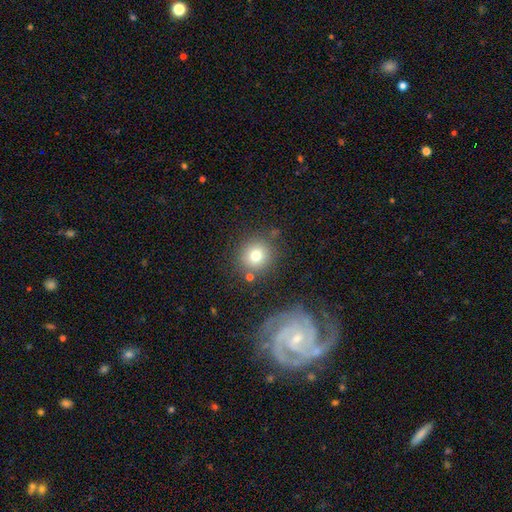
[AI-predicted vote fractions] A smooth galaxy with no disk features (77%) that is round (91%).

Vote fractions:
- Smooth or featured? smooth: 77% / star or artifact: 12% / featured or disk: 11%
- How rounded? round: 91% / in between: 8% / cigar-shaped: 1%
- Merging? none: 80% / minor disturbance: 10% / merger: 7% / major disturbance: 4%